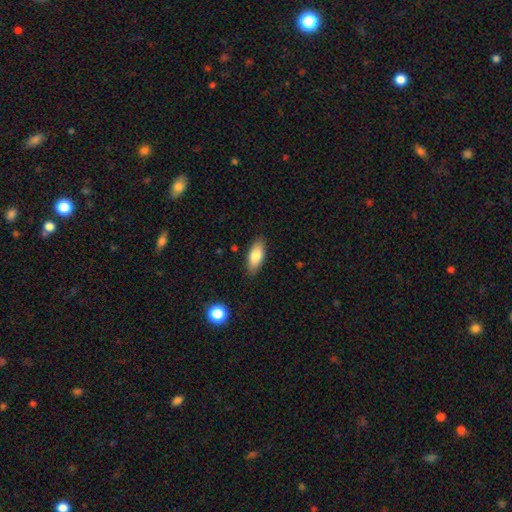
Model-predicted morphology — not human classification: Smooth or featured? smooth (80%)
How rounded? in between (83%)
Merging? none (86%)